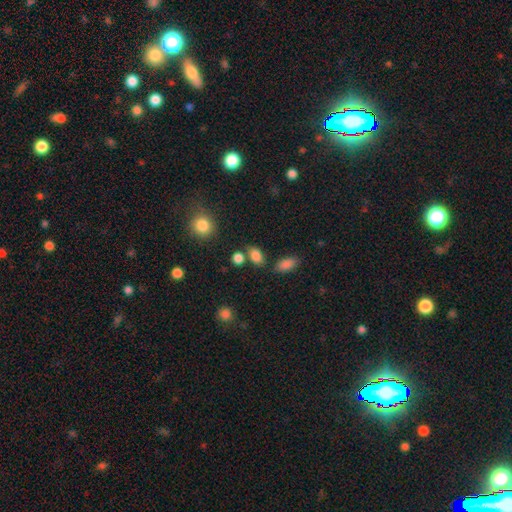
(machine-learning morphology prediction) Smooth or featured? smooth (83%)
How rounded? in between (79%)
Merging? none (66%)